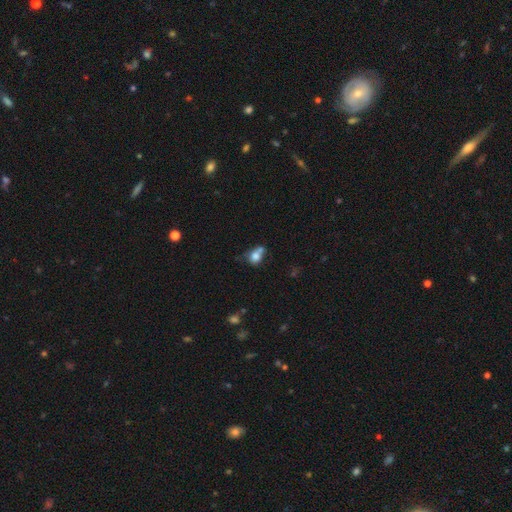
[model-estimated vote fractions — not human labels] This is likely a smooth galaxy (75%). How rounded: possibly round (57%). Merging: marginally merger (39%).